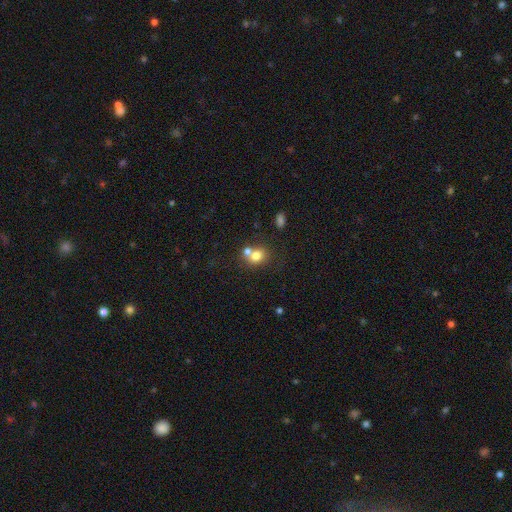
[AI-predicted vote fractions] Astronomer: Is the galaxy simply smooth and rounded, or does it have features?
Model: smooth — 75%.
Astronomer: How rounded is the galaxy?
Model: round — 66%.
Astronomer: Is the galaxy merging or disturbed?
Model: merger — 46% (runner-up: none, 42%).